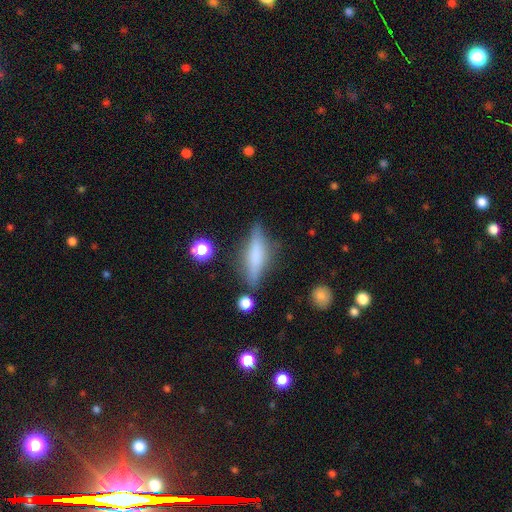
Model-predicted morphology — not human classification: Smooth or featured? smooth (48%)
Merging? none (78%)